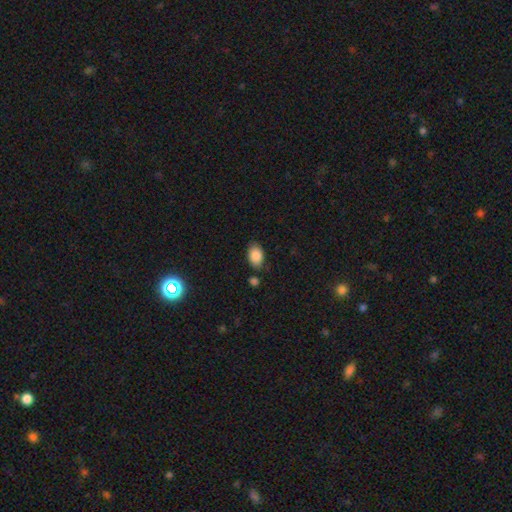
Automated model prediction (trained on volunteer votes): smooth_or_featured: smooth (p=0.87) [alt: star or artifact p=0.08]
how_rounded: in between (p=0.88) [alt: round p=0.11]
merging: none (p=0.76) [alt: minor disturbance p=0.16]